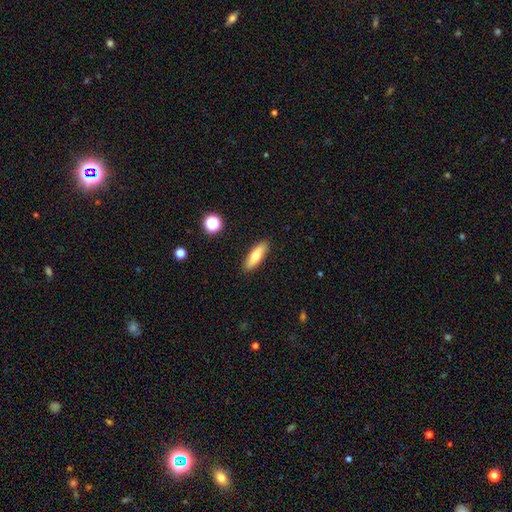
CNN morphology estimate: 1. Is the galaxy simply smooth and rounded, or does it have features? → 70% smooth, 23% featured or disk, 7% star or artifact.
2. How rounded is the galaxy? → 51% in between, 46% cigar-shaped, 3% round.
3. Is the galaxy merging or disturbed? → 89% none, 8% minor disturbance, 2% major disturbance, 1% merger.